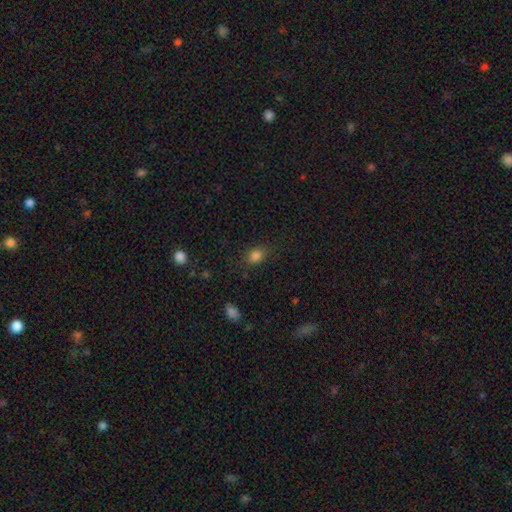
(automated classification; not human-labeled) smooth_or_featured: smooth (p=0.81) [alt: star or artifact p=0.13]
how_rounded: in between (p=0.59) [alt: round p=0.39]
merging: none (p=0.78) [alt: minor disturbance p=0.16]